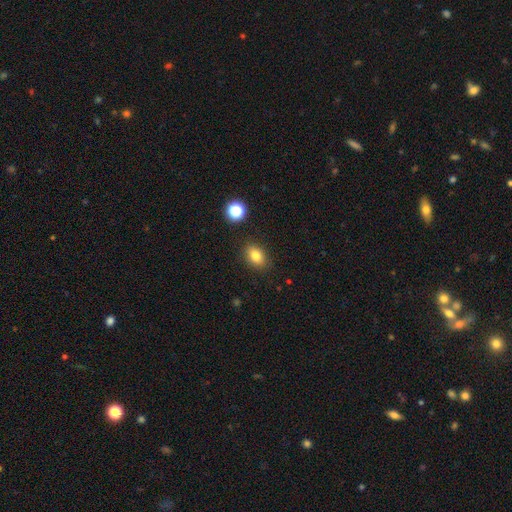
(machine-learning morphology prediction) This appears to be a smooth galaxy with no disk features (81%) that is in between round and cigar-shaped (74%). Merging: none (86%).